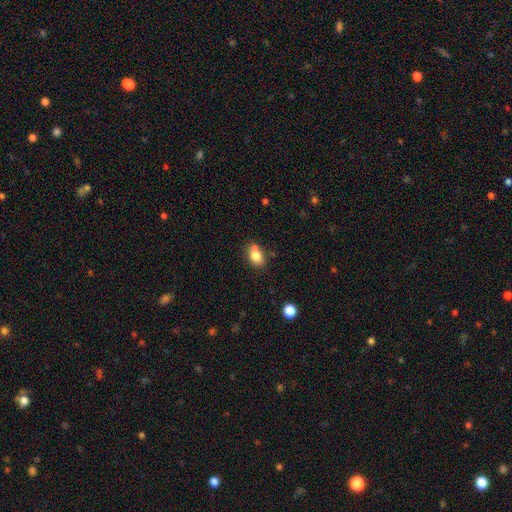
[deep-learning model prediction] smooth 81%, featured or disk 10%, star or artifact 9%. Down the decision tree: how rounded — in between (81%); merging — none (63%).